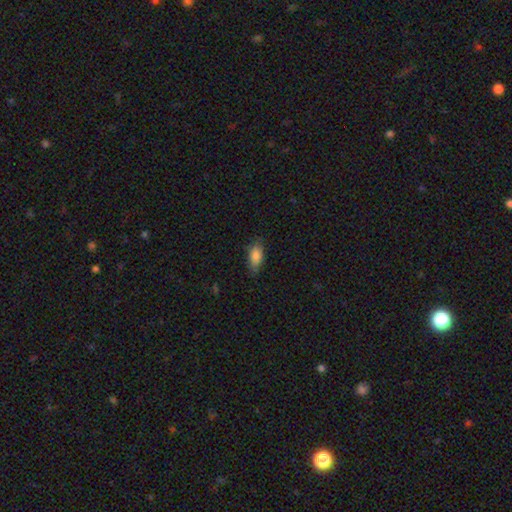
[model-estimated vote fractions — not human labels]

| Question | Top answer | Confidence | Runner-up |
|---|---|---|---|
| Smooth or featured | smooth | 85% | featured or disk (8%) |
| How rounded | in between | 87% | cigar-shaped (10%) |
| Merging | none | 75% | minor disturbance (20%) |